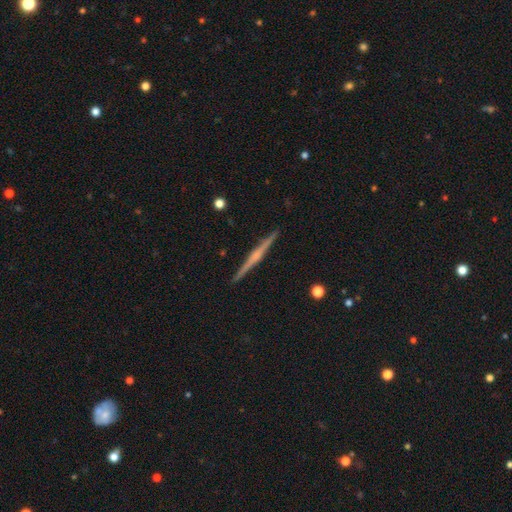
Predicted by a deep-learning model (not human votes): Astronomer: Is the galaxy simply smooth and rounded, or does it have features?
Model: featured or disk — 75%.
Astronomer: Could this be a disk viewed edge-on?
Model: yes — 99%.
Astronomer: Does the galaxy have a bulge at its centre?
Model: rounded — 60%.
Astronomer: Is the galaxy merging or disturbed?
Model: none — 93%.